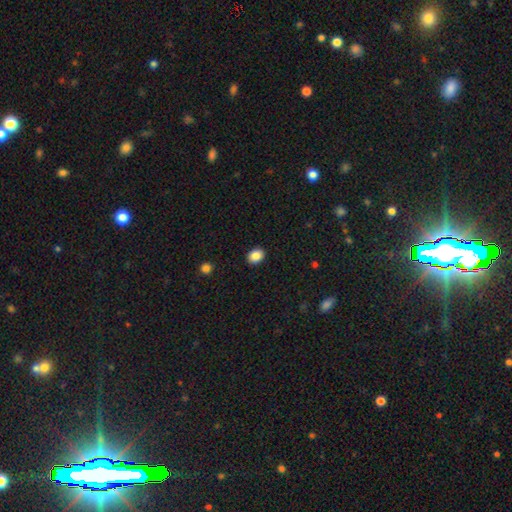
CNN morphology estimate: Q: Smooth or featured?
A: smooth (87%); runner-up: star or artifact (9%)
Q: How rounded?
A: in between (58%); runner-up: round (42%)
Q: Merging?
A: none (91%); runner-up: minor disturbance (7%)